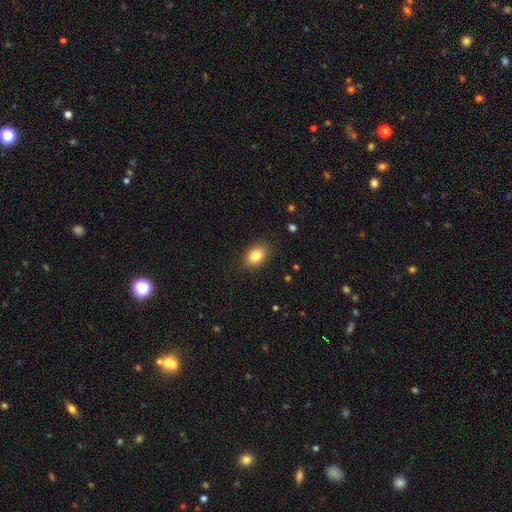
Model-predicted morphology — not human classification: smooth-or-featured: smooth: 83% | star or artifact: 9% | featured or disk: 8%
  how-rounded: in between: 75% | round: 24% | cigar-shaped: 1%
  merging: none: 87% | minor disturbance: 9% | major disturbance: 3% | merger: 1%